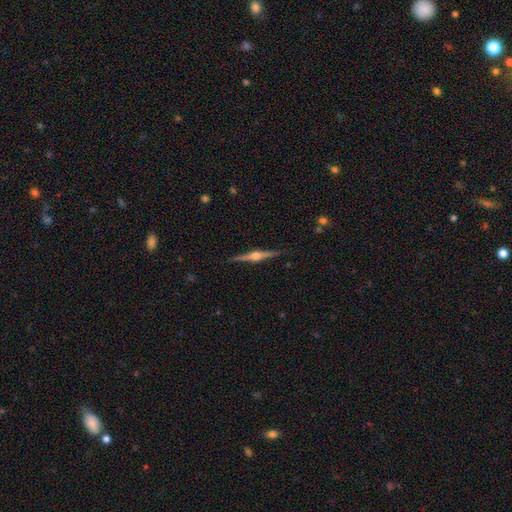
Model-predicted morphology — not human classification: The model was most divided on "smooth or featured": featured or disk: 84%, smooth: 11%, star or artifact: 5%. More confident: edge-on disk — yes (99%); edge-on bulge — rounded (93%); merging — none (91%).